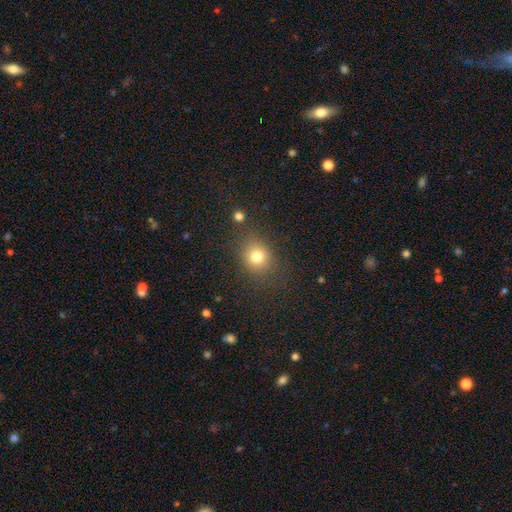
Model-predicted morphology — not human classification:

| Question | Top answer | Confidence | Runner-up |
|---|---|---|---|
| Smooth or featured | smooth | 77% | star or artifact (16%) |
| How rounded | round | 72% | in between (27%) |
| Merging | none | 83% | minor disturbance (10%) |